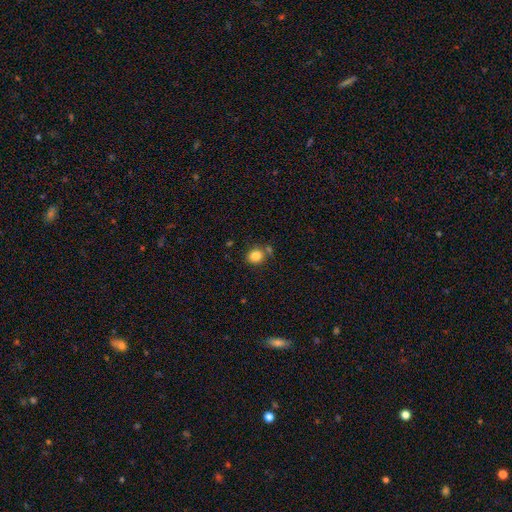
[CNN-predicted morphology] Smooth or featured? Predicted: smooth (p=0.84). How rounded? Predicted: round (p=0.73). Merging? Predicted: none (p=0.72).